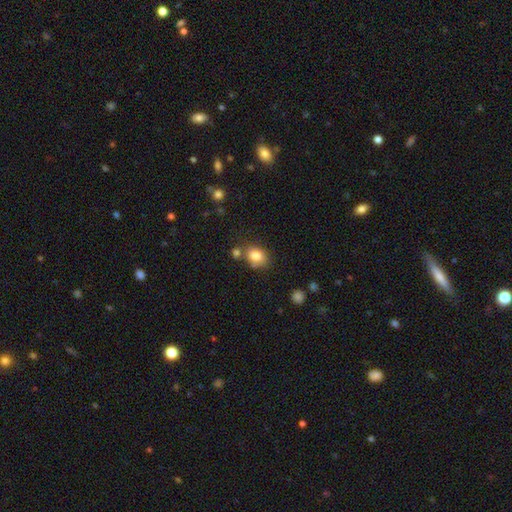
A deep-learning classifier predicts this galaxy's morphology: Smooth or featured? Predicted: smooth (p=0.83). How rounded? Predicted: in between (p=0.61). Merging? Predicted: none (p=0.62).